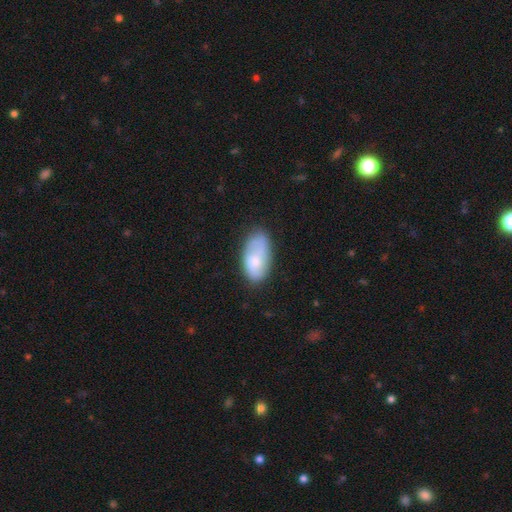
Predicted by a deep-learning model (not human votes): Morphology: type=smooth (66%); roundness=in between (93%); merging=none (66%).